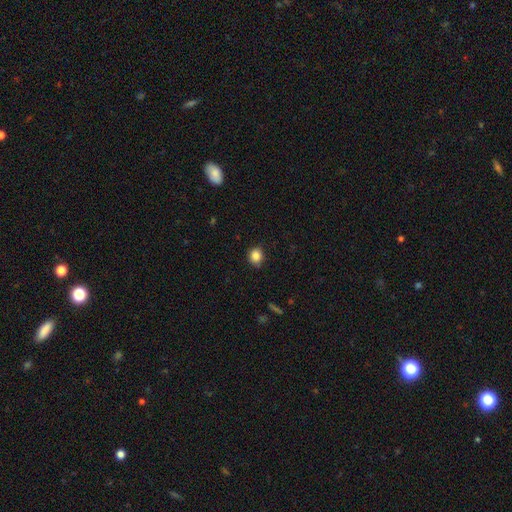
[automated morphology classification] Smooth or featured? smooth (86%)
How rounded? round (82%)
Merging? none (83%)